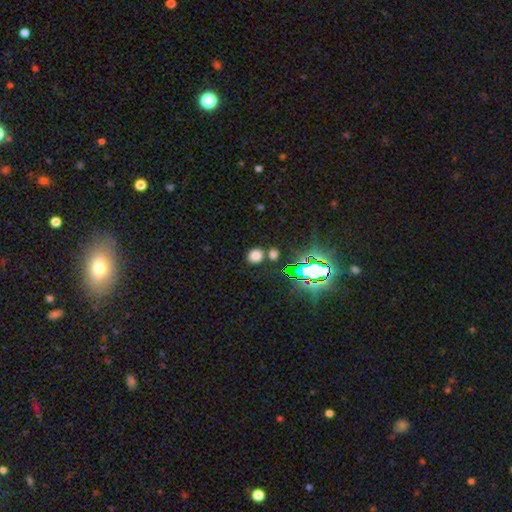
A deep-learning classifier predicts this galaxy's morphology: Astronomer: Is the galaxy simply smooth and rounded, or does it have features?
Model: smooth — 72%.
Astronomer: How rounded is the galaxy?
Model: round — 72%.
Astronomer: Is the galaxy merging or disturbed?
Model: none — 78%.